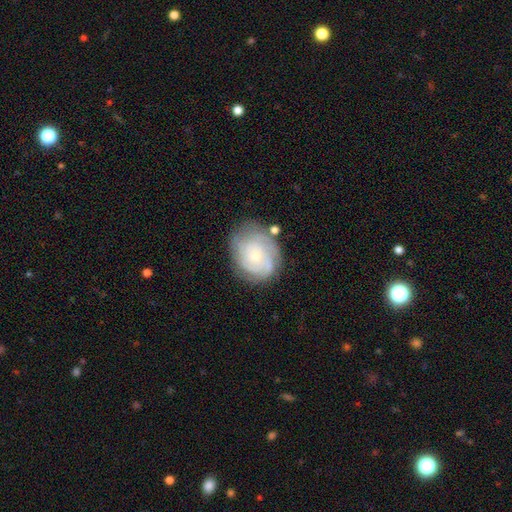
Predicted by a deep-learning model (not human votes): Overall: featured or disk (72%). Edge-on disk: no (97%). Bar: no (81%). Spiral arms: yes (92%). Spiral arm count: can't tell (37%; 3 21%). Spiral winding: tight (71%). Bulge size: small (71%). Merging: none (72%).